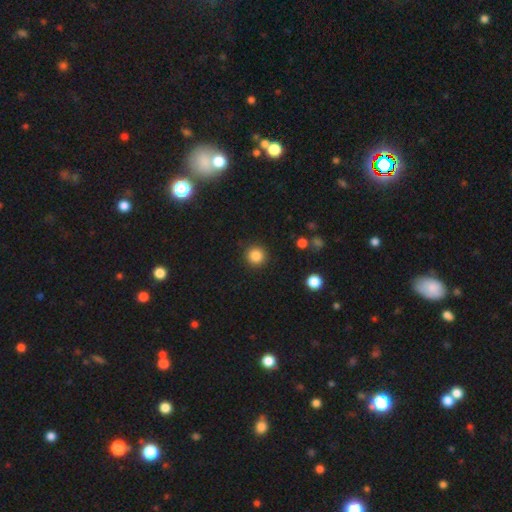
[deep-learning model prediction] Smooth or featured?
  - smooth: 85% *
  - star or artifact: 11%
  - featured or disk: 4%
How rounded?
  - round: 95% *
  - in between: 4%
  - cigar-shaped: 1%
Merging?
  - none: 92% *
  - minor disturbance: 5%
  - major disturbance: 2%
  - merger: 1%